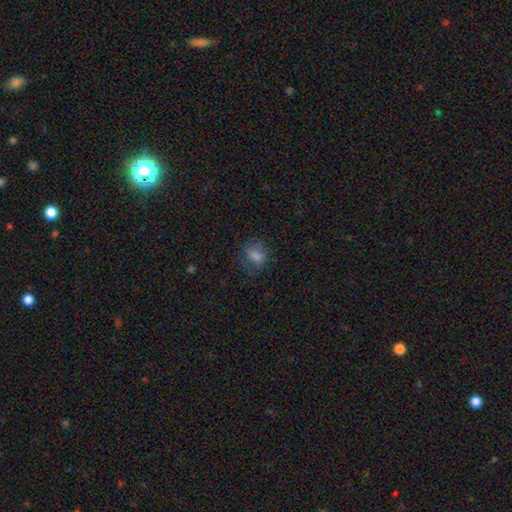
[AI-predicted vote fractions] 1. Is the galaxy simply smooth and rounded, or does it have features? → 70% smooth, 18% star or artifact, 12% featured or disk.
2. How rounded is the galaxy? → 56% in between, 40% round, 3% cigar-shaped.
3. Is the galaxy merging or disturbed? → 67% none, 20% minor disturbance, 11% major disturbance, 2% merger.